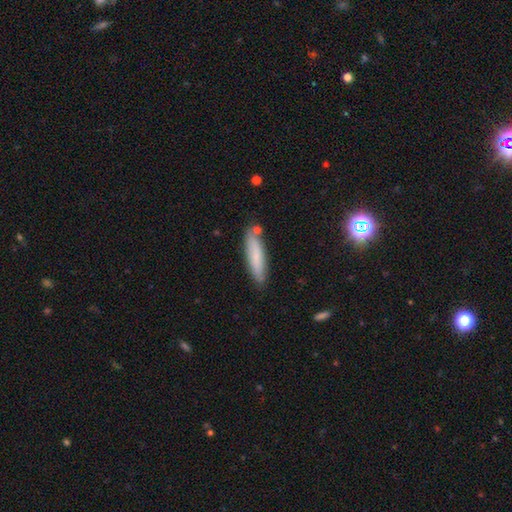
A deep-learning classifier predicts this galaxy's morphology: This is likely a smooth galaxy (77%). How rounded: likely cigar-shaped (76%). Merging: clearly none (81%).